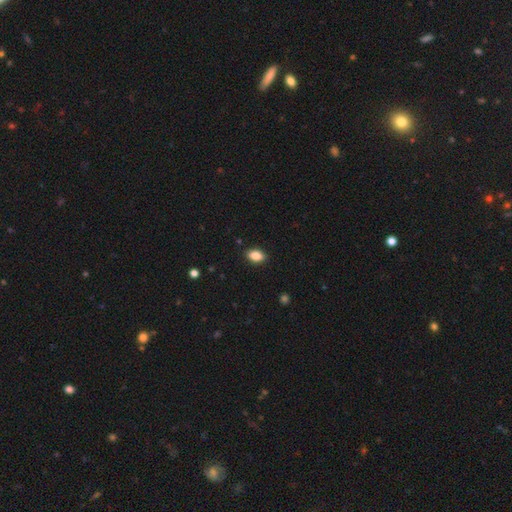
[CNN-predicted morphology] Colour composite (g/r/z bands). It shows a smooth galaxy with no disk features (87%) that is in between round and cigar-shaped (89%). Merging: none (88%).